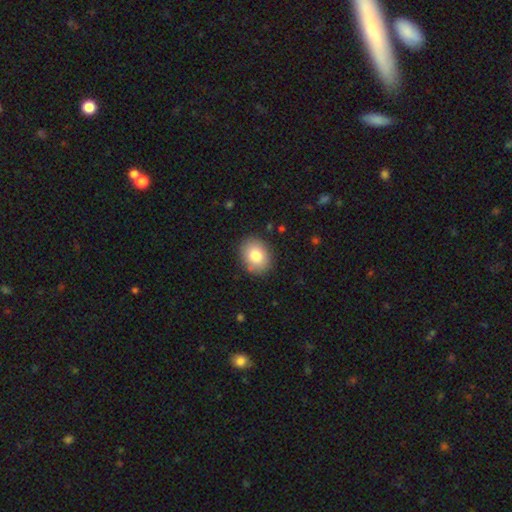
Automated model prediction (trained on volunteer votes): Smooth or featured? Predicted: smooth (p=0.81). How rounded? Predicted: in between (p=0.55). Merging? Predicted: none (p=0.87).